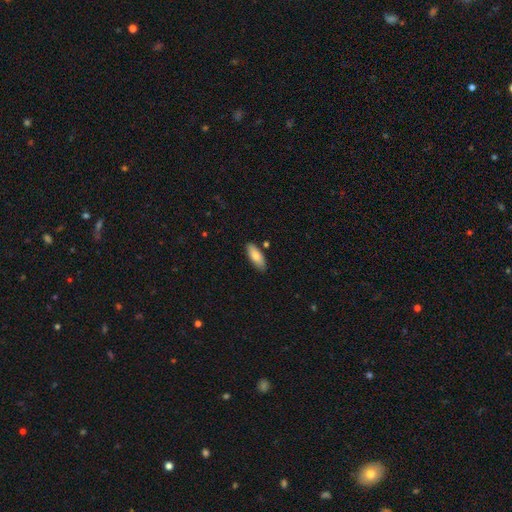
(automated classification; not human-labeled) smooth-or-featured: smooth: 80% | featured or disk: 14% | star or artifact: 6%
  how-rounded: in between: 74% | cigar-shaped: 24% | round: 2%
  merging: none: 84% | minor disturbance: 11% | merger: 3% | major disturbance: 2%